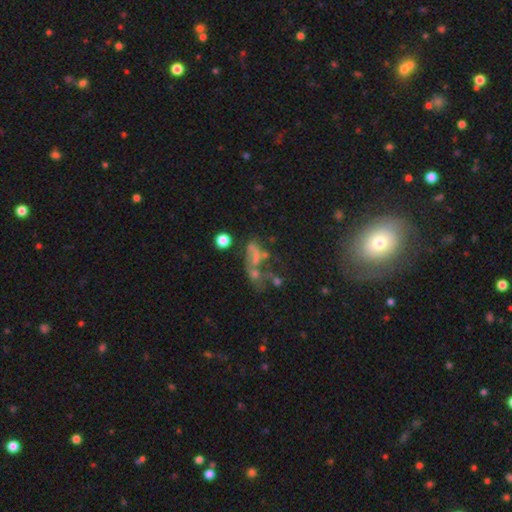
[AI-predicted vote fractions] Q: Smooth or featured?
A: smooth (37%); runner-up: featured or disk (36%)
Q: Merging?
A: major disturbance (32%); tied with: merger (32%)